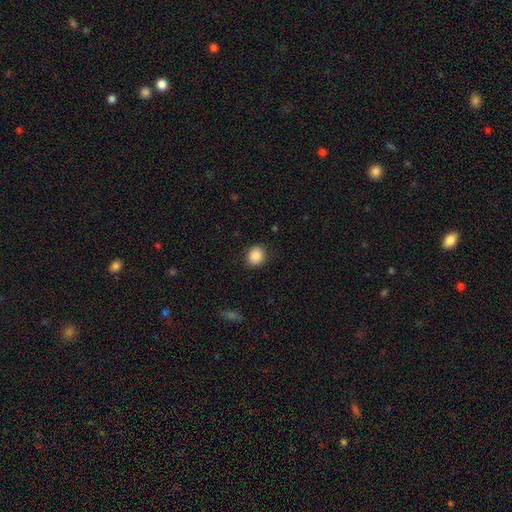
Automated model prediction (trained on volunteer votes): smooth-or-featured: smooth: 88% | star or artifact: 9% | featured or disk: 4%
  how-rounded: round: 70% | in between: 29% | cigar-shaped: 1%
  merging: none: 88% | minor disturbance: 8% | major disturbance: 3% | merger: 1%